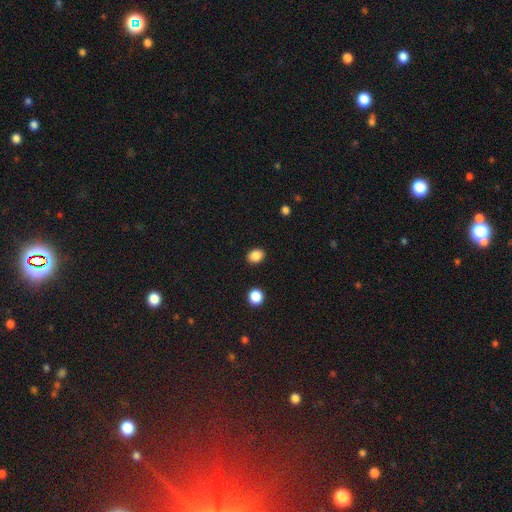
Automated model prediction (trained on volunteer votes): Smooth or featured? Predicted: smooth (p=0.86). How rounded? Predicted: in between (p=0.51). Merging? Predicted: none (p=0.89).